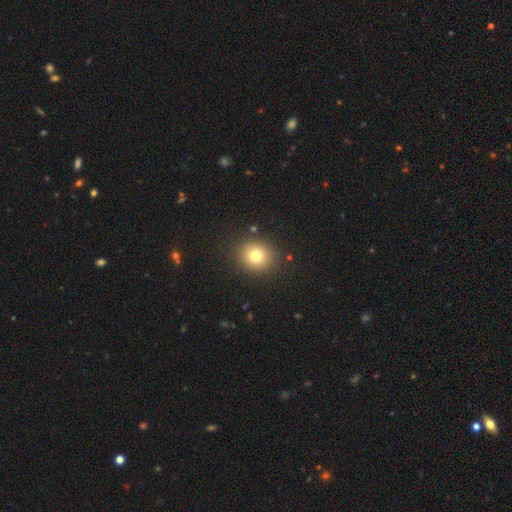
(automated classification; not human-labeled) This is likely a smooth galaxy (78%). How rounded: likely round (77%). Merging: clearly none (89%).